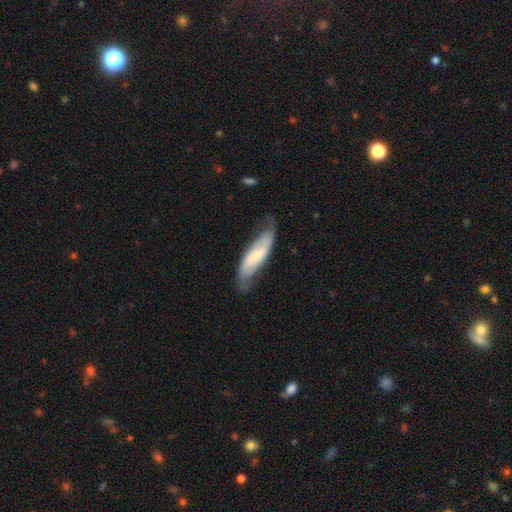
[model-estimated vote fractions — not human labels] Smooth or featured? Predicted: featured or disk (p=0.62). Edge-on disk? Predicted: no (p=0.82). Bar? Predicted: weak (p=0.38). Spiral arms? Predicted: yes (p=0.89). Bulge size? Predicted: small (p=0.42). Merging? Predicted: none (p=0.59).